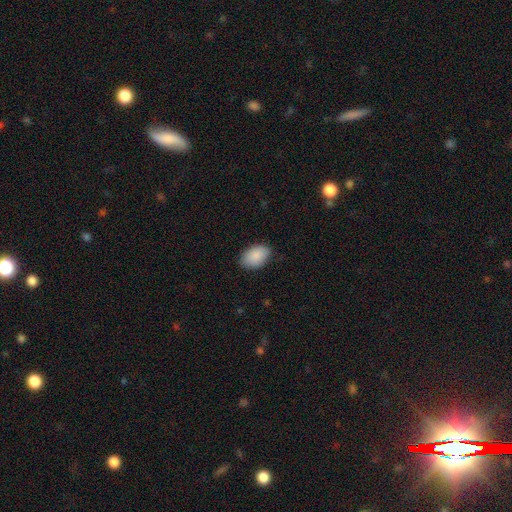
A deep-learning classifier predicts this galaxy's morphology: smooth-or-featured: smooth: 90% | star or artifact: 6% | featured or disk: 4%
  how-rounded: in between: 91% | round: 8% | cigar-shaped: 1%
  merging: none: 84% | minor disturbance: 12% | major disturbance: 2% | merger: 1%